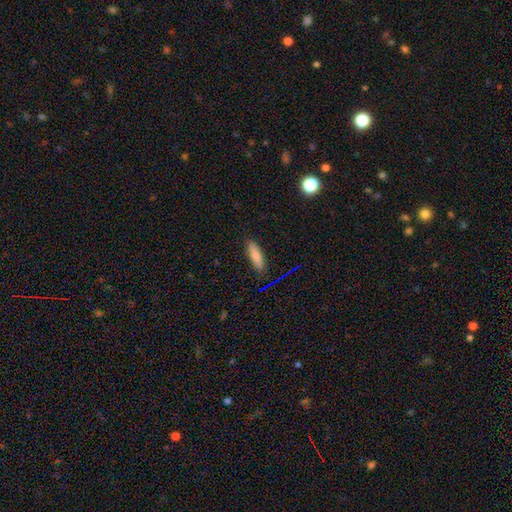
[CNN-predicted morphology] This is likely a smooth galaxy (77%). How rounded: possibly cigar-shaped (55%). Merging: clearly none (85%).